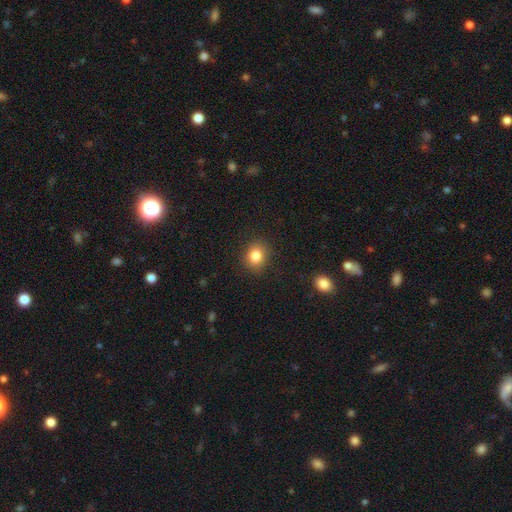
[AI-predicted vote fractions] Overall: smooth (83%). How rounded: round (64%; in between 35%). Merging: none (88%).